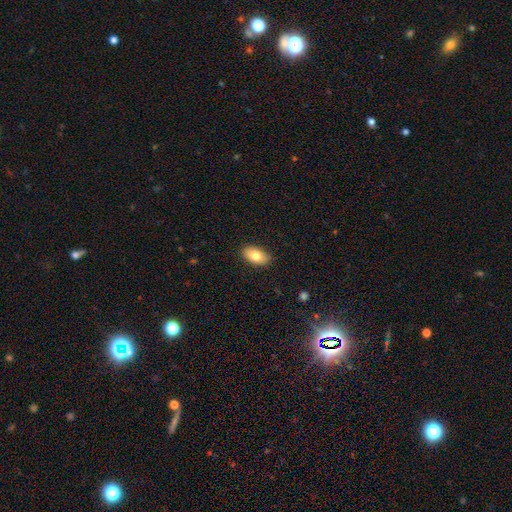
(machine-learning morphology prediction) smooth-or-featured: smooth: 77% | featured or disk: 16% | star or artifact: 7%
  how-rounded: in between: 92% | round: 5% | cigar-shaped: 2%
  merging: none: 88% | minor disturbance: 9% | major disturbance: 2% | merger: 1%